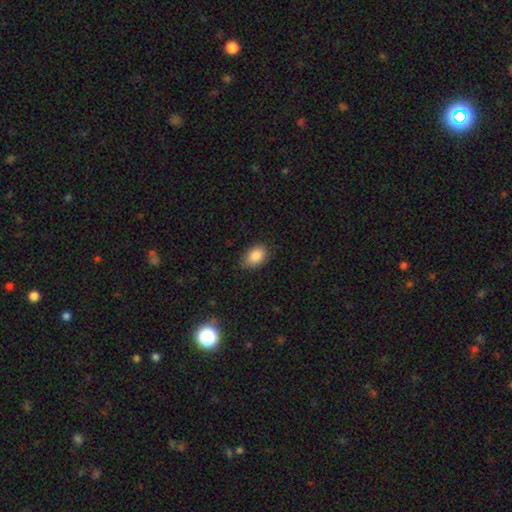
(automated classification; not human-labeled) This is clearly a smooth galaxy (87%). How rounded: clearly in between (86%). Merging: clearly none (82%).